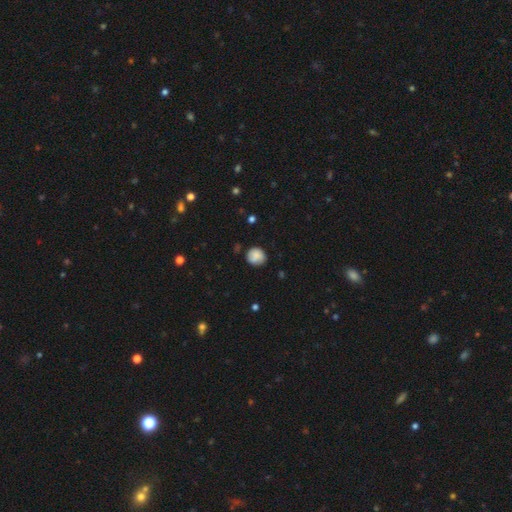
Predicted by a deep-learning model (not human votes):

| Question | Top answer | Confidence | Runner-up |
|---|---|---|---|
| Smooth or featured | smooth | 81% | featured or disk (10%) |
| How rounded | round | 84% | in between (15%) |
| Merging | none | 73% | minor disturbance (20%) |